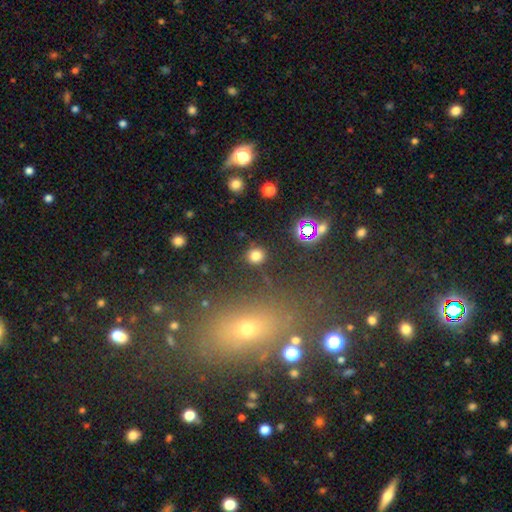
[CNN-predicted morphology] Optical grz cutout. It shows a smooth galaxy with no disk features (78%) that is round (90%). Merging: none (86%).